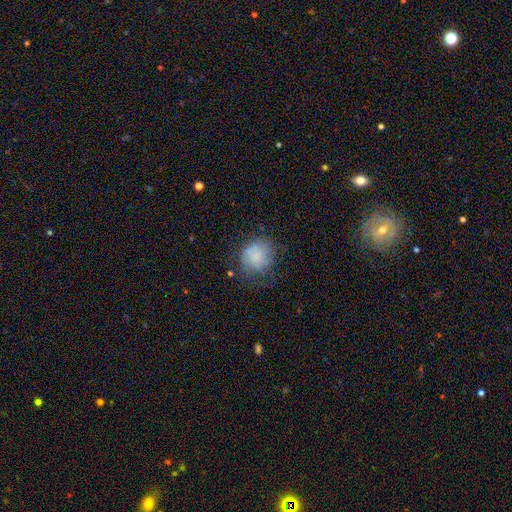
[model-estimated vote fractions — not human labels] A smooth galaxy with no disk features (73%) that is round (82%).

Vote fractions:
- Smooth or featured? smooth: 73% / featured or disk: 18% / star or artifact: 9%
- How rounded? round: 82% / in between: 17% / cigar-shaped: 1%
- Merging? none: 53% / minor disturbance: 27% / major disturbance: 17% / merger: 3%